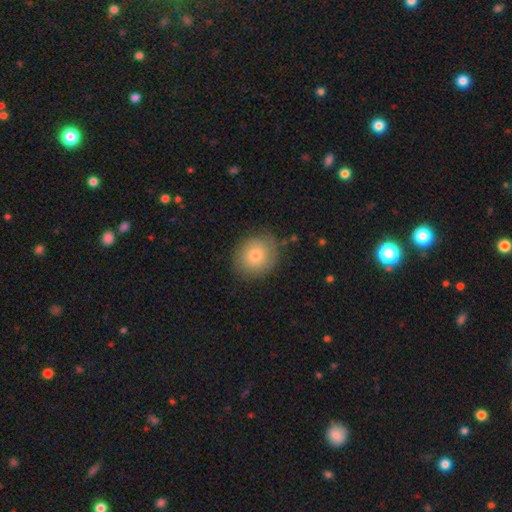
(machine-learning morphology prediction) Smooth or featured? smooth (65%)
How rounded? round (81%)
Merging? none (78%)